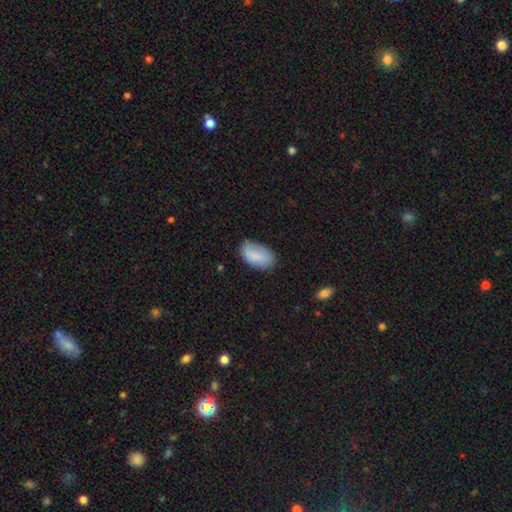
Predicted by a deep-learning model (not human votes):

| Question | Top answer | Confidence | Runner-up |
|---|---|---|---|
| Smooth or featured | smooth | 82% | featured or disk (11%) |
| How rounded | in between | 94% | round (4%) |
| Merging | none | 71% | minor disturbance (23%) |